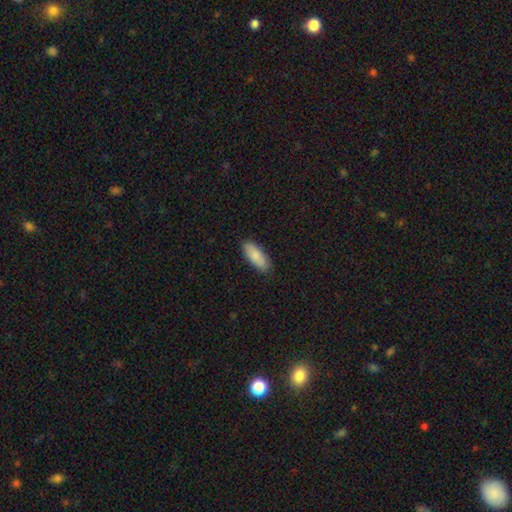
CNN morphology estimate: Overall: smooth (87%). How rounded: in between (76%). Merging: none (88%).